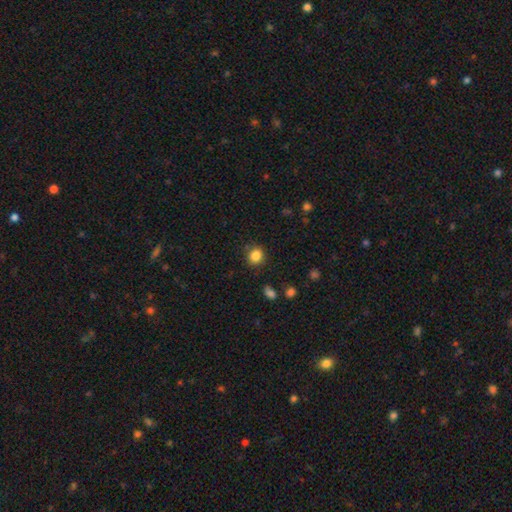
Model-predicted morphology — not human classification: type=smooth (85%); roundness=round (76%); merging=none (84%).